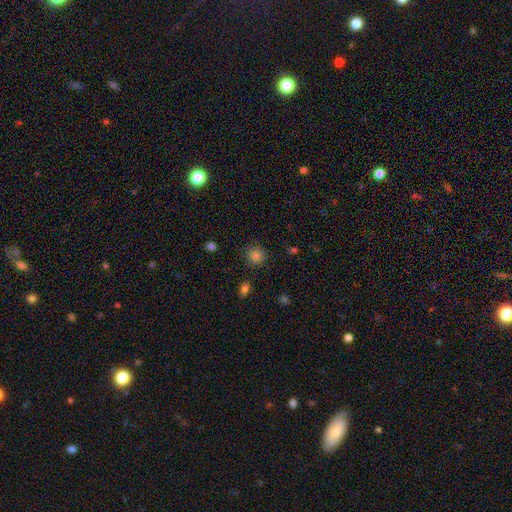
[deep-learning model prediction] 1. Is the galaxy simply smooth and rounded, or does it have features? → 82% smooth, 13% star or artifact, 6% featured or disk.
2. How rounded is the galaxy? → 91% round, 8% in between, 1% cigar-shaped.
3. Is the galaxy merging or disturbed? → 86% none, 10% minor disturbance, 3% major disturbance, 2% merger.